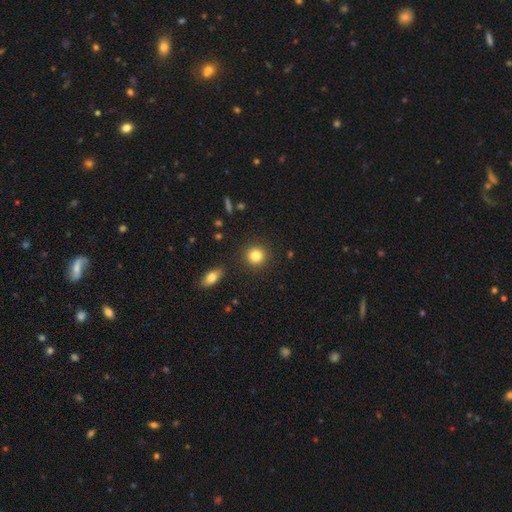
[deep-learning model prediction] This is clearly a smooth galaxy (83%). How rounded: clearly round (92%). Merging: clearly none (90%).